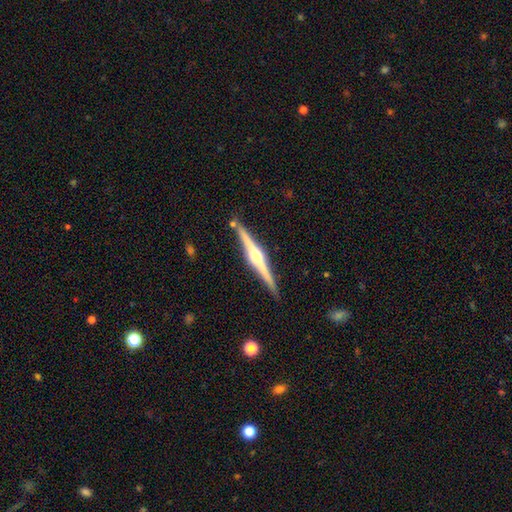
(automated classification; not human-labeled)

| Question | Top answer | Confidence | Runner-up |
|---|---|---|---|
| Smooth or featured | featured or disk | 83% | smooth (12%) |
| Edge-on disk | yes | 99% | no (1%) |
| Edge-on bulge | rounded | 91% | boxy (6%) |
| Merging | none | 89% | minor disturbance (8%) |